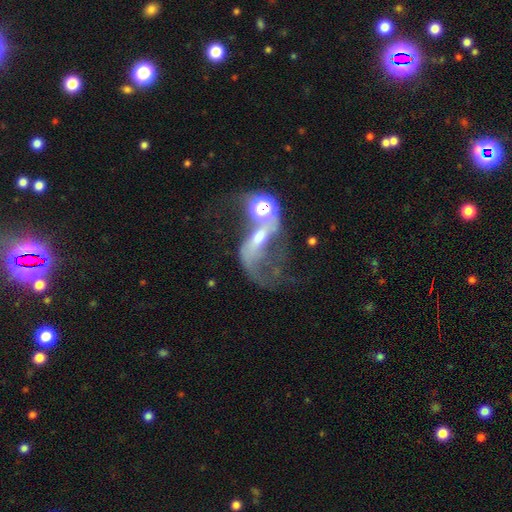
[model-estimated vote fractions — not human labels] Morphology: type=featured or disk (70%); edge-on=no (95%); bar=no (51%); spiral arms=yes (76%); winding=loose (78%); arm count=2 (65%); bulge=moderate (47%); merging=merger (52%).